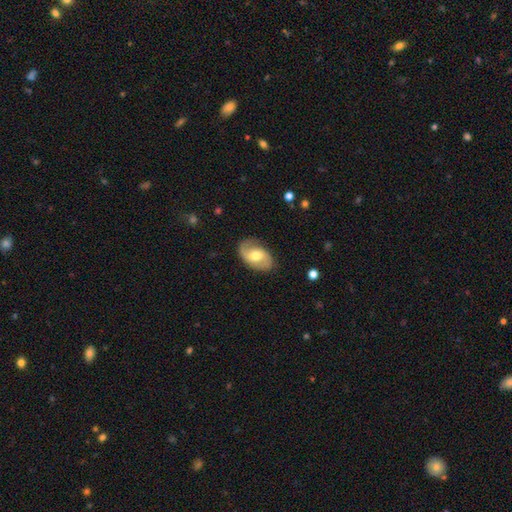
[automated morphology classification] Smooth or featured? featured or disk (62%)
Edge-on disk? no (95%)
Bar? weak (44%)
Spiral arms? yes (81%)
Bulge size? moderate (71%)
Merging? none (76%)